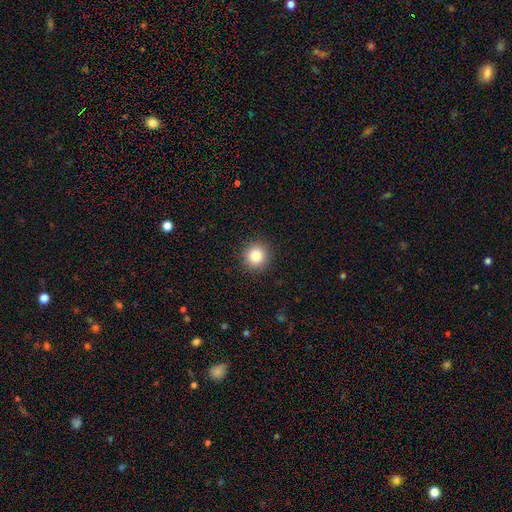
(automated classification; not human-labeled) Smooth or featured? Predicted: smooth (p=0.85). How rounded? Predicted: round (p=0.92). Merging? Predicted: none (p=0.91).